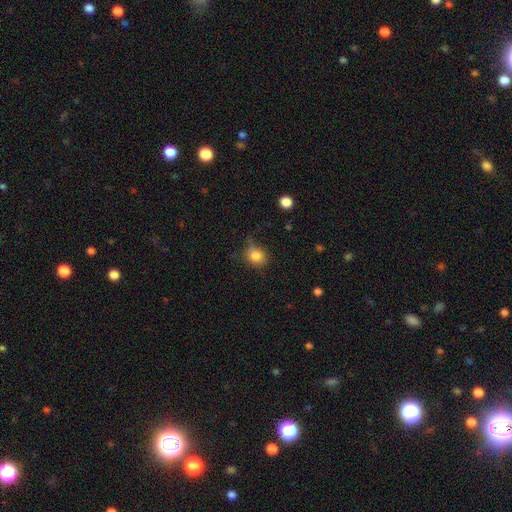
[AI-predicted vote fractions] smooth 83%, star or artifact 11%, featured or disk 6%. Down the decision tree: how rounded — round (70%); merging — none (71%).